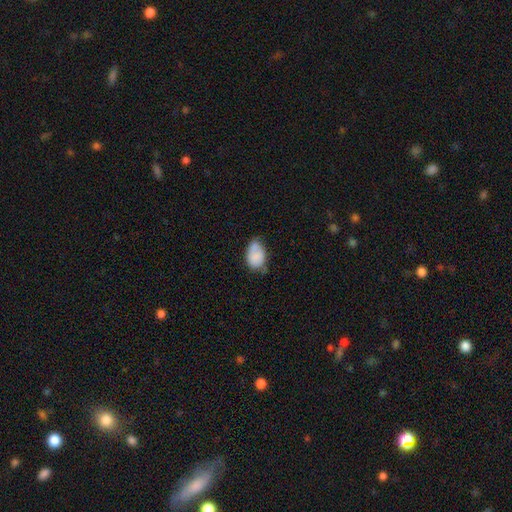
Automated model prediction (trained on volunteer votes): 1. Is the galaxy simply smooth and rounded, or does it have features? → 78% smooth, 14% featured or disk, 8% star or artifact.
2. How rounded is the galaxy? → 85% in between, 14% round, 1% cigar-shaped.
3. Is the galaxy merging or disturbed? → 45% none, 39% minor disturbance, 9% major disturbance, 7% merger.